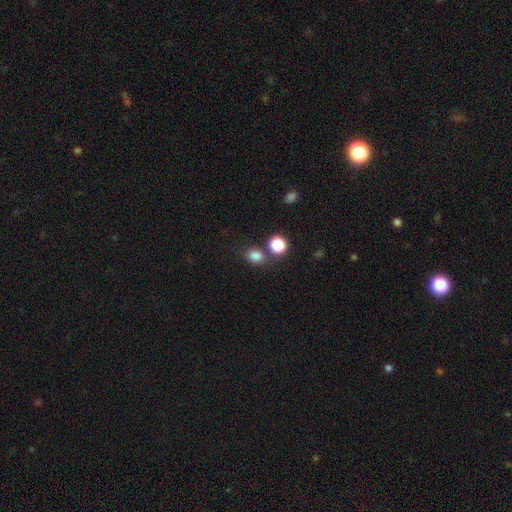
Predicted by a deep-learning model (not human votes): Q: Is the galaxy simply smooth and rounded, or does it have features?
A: smooth — 82%.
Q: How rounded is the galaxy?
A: round — 58%.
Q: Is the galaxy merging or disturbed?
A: none — 66%.